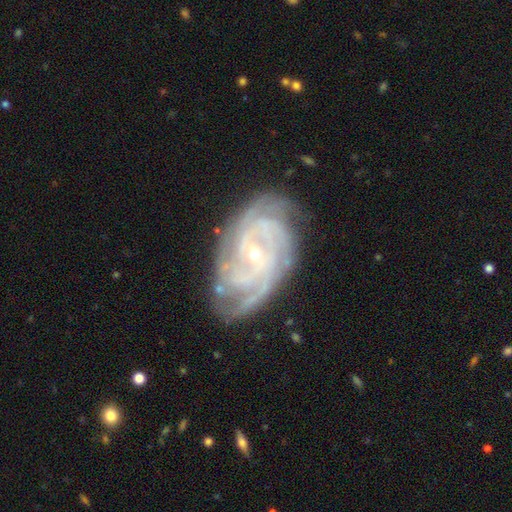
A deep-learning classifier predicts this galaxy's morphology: Smooth or featured? Predicted: featured or disk (p=0.89). Edge-on disk? Predicted: no (p=0.96). Bar? Predicted: no (p=0.60). Spiral arms? Predicted: yes (p=0.98). Spiral winding? Predicted: tight (p=0.72). Spiral arm count? Predicted: 4 (p=0.29). Bulge size? Predicted: small (p=0.78). Merging? Predicted: none (p=0.76).